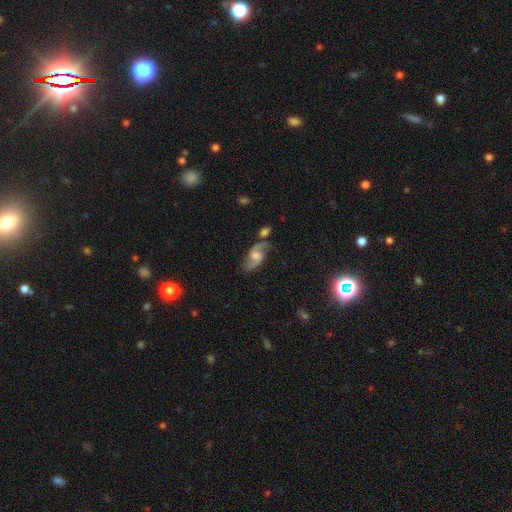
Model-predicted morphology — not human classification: The model was most divided on "bar": weak: 48%, no: 42%, strong: 11%. More confident: edge-on disk — no (96%); spiral arms — yes (95%); spiral arm count — 2 (92%); smooth or featured — featured or disk (81%); merging — none (69%); bulge size — moderate (53%); spiral winding — loose (52%).